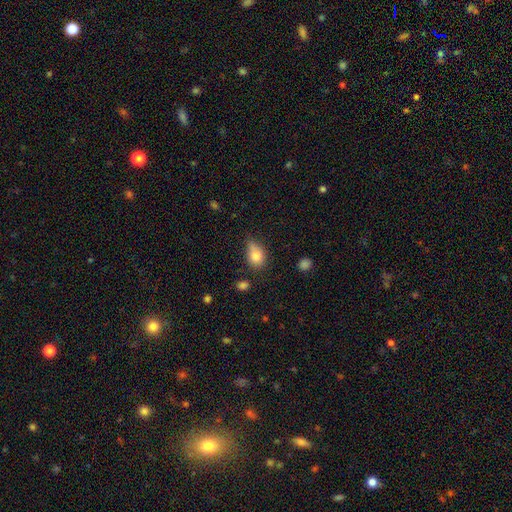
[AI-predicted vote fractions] The model was most divided on "merging" (2-way tie): none: 40%, minor disturbance: 40%, major disturbance: 13%, merger: 7%. More confident: smooth or featured — smooth (80%); how rounded — in between (67%).